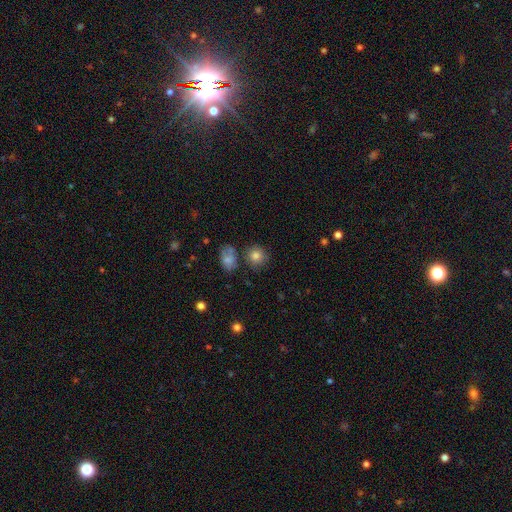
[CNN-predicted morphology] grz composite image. It shows a smooth galaxy with no disk features (82%) that is round (86%). Merging: none (73%).